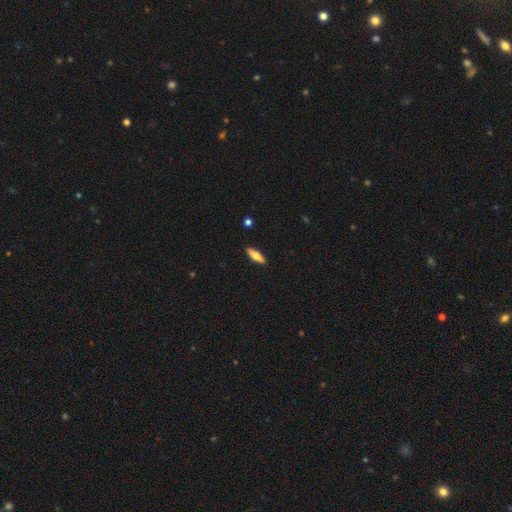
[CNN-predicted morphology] The model was most divided on "how rounded": in between: 51%, cigar-shaped: 47%, round: 2%. More confident: merging — none (90%); smooth or featured — smooth (62%).